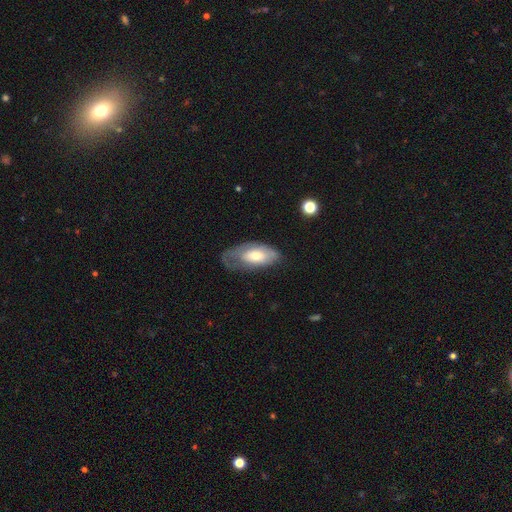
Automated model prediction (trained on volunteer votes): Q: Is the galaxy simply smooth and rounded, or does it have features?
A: smooth — 49%.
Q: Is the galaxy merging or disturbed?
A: none — 43%.